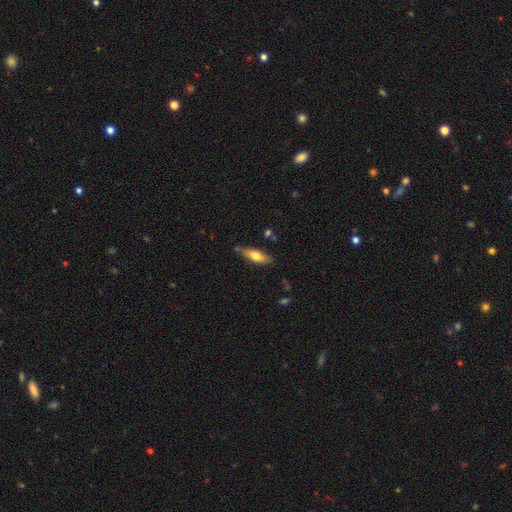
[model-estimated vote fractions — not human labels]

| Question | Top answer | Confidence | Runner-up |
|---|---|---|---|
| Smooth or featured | smooth | 65% | featured or disk (29%) |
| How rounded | in between | 52% | cigar-shaped (46%) |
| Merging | none | 76% | minor disturbance (17%) |